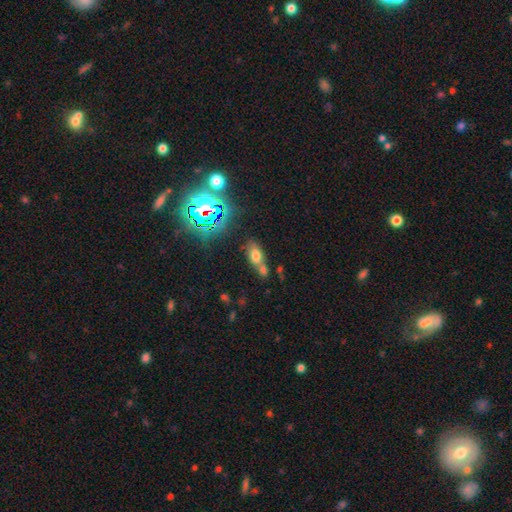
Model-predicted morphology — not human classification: Q: Smooth or featured?
A: smooth (63%); runner-up: star or artifact (22%)
Q: How rounded?
A: in between (80%); runner-up: round (13%)
Q: Merging?
A: merger (42%); runner-up: none (40%)